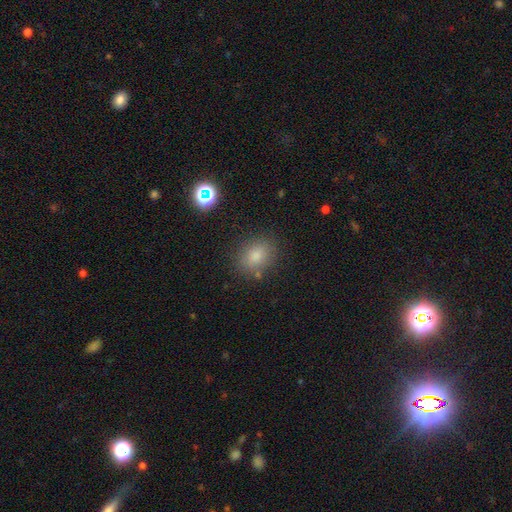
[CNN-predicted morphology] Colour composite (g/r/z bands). It shows a smooth galaxy with no disk features (77%) that is in between round and cigar-shaped (58%). Merging: none (83%).